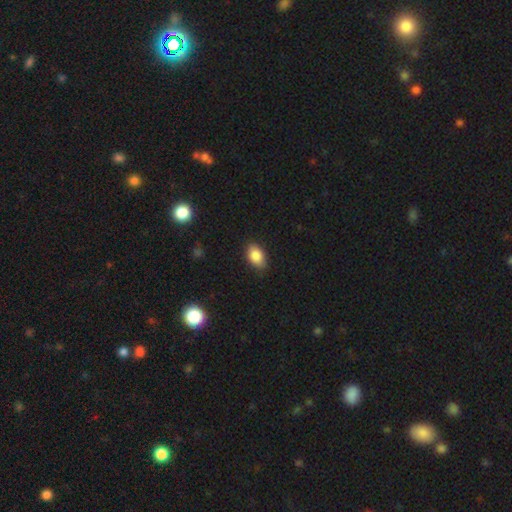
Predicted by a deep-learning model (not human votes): Smooth or featured? Predicted: smooth (p=0.86). How rounded? Predicted: in between (p=0.88). Merging? Predicted: none (p=0.84).